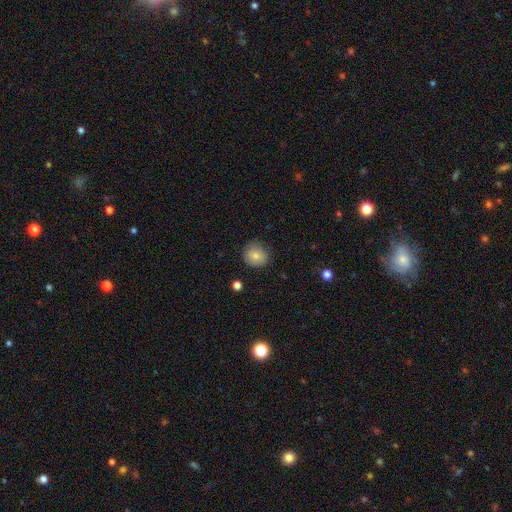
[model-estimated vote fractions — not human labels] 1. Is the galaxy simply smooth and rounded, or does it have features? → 81% smooth, 9% star or artifact, 9% featured or disk.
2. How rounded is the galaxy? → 87% round, 12% in between, 1% cigar-shaped.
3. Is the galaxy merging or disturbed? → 82% none, 14% minor disturbance, 3% major disturbance, 1% merger.